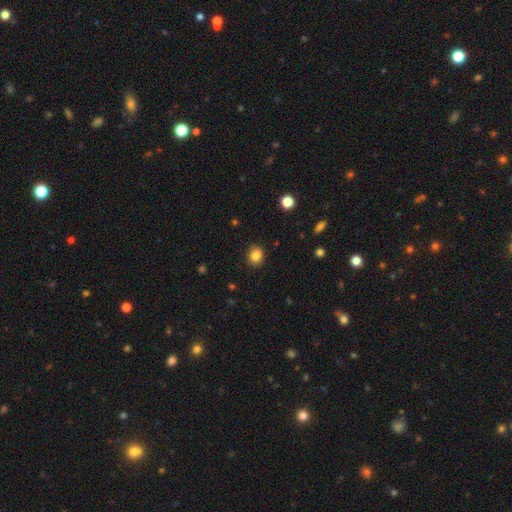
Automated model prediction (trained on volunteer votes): The model was most divided on "how rounded": round: 66%, in between: 33%, cigar-shaped: 1%. More confident: merging — none (89%); smooth or featured — smooth (84%).